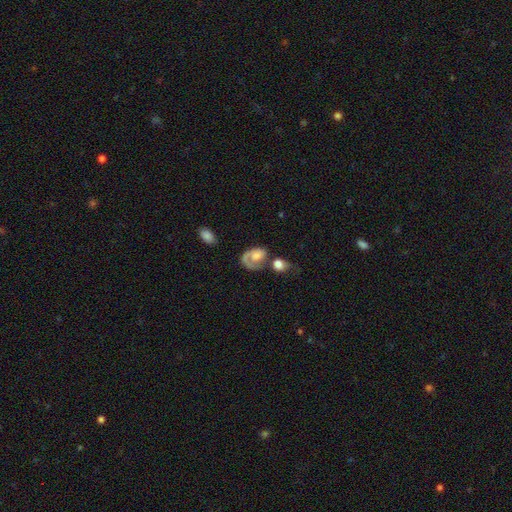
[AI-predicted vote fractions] smooth-or-featured: featured or disk: 57% | smooth: 35% | star or artifact: 7%
  disk-edge-on: no: 97% | yes: 3%
    bar: no: 80% | weak: 16% | strong: 3%
    has-spiral-arms: yes: 78% | no: 22%
    bulge-size: moderate: 30% | large: 27% | none: 20% | small: 17% | dominant: 6%
  merging: none: 32% | merger: 28% | major disturbance: 24% | minor disturbance: 16%